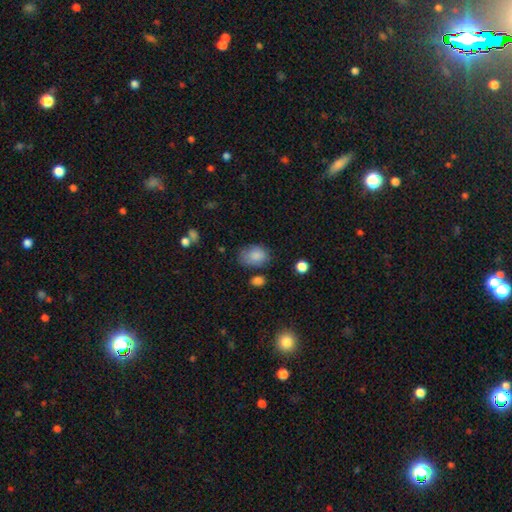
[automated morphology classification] Overall: smooth (85%). How rounded: in between (79%). Merging: none (63%; minor disturbance 25%).